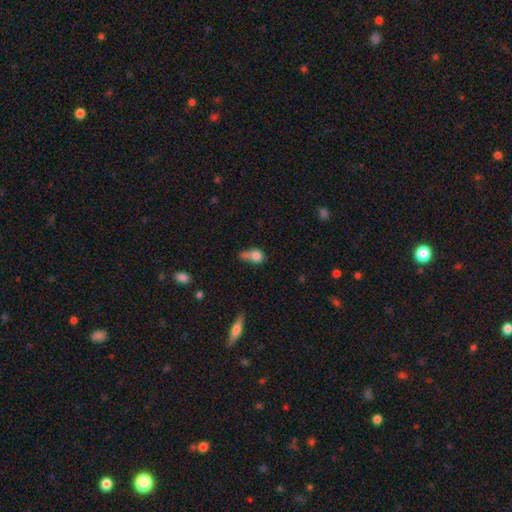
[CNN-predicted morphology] Smooth or featured?
  - smooth: 76% *
  - featured or disk: 14%
  - star or artifact: 10%
How rounded?
  - round: 50% *
  - in between: 45%
  - cigar-shaped: 5%
Merging?
  - merger: 30% *
  - none: 25%
  - minor disturbance: 23%
  - major disturbance: 22%